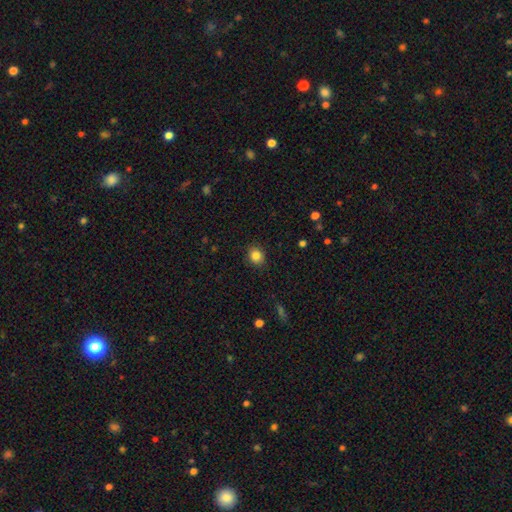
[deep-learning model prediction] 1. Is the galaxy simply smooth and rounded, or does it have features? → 85% smooth, 10% star or artifact, 5% featured or disk.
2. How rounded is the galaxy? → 68% round, 31% in between, 1% cigar-shaped.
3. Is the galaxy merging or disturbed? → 89% none, 8% minor disturbance, 2% major disturbance, 1% merger.